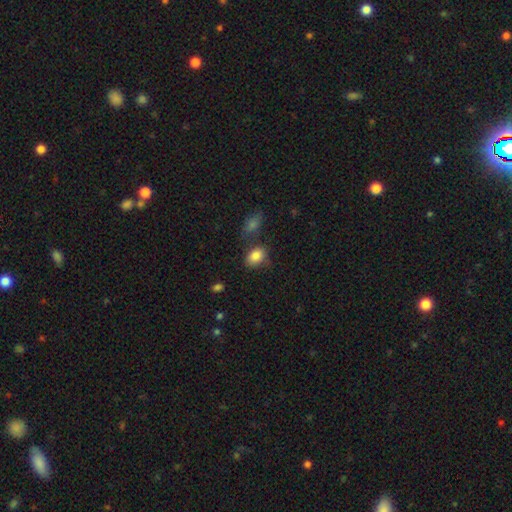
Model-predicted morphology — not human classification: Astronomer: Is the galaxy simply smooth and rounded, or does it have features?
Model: smooth — 85%.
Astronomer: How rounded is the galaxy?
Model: in between — 79%.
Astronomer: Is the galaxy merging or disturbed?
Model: none — 68%.